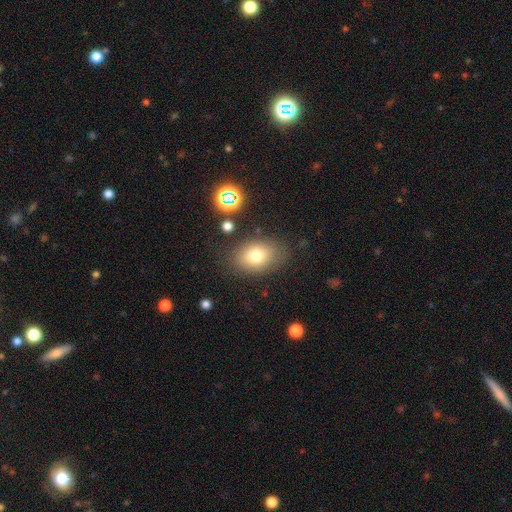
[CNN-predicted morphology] smooth-or-featured: smooth: 76% | featured or disk: 13% | star or artifact: 12%
  how-rounded: in between: 79% | round: 20% | cigar-shaped: 1%
  merging: none: 78% | minor disturbance: 14% | major disturbance: 5% | merger: 3%